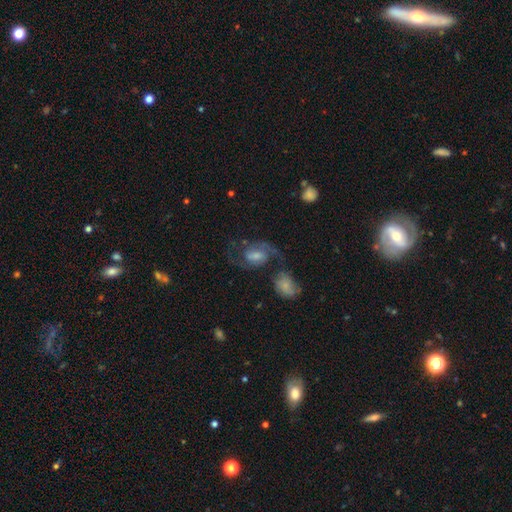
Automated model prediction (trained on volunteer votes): Smooth or featured? Predicted: featured or disk (p=0.75). Edge-on disk? Predicted: no (p=0.97). Bar? Predicted: weak (p=0.49). Spiral arms? Predicted: yes (p=0.92). Spiral winding? Predicted: medium (p=0.54). Spiral arm count? Predicted: 2 (p=0.87). Bulge size? Predicted: moderate (p=0.42). Merging? Predicted: none (p=0.50).